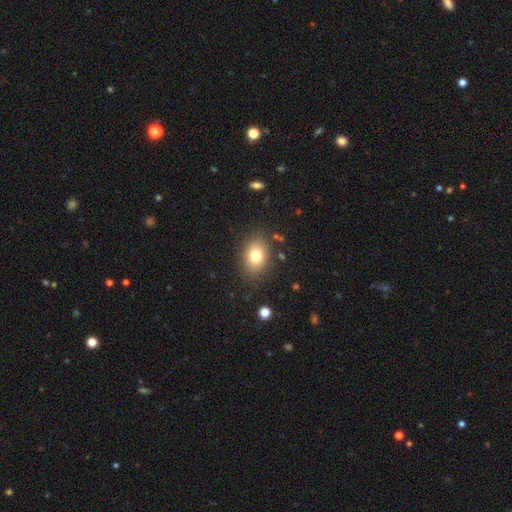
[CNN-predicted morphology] This appears to be a smooth galaxy with no disk features (79%) that is in between round and cigar-shaped (70%). Merging: none (85%).